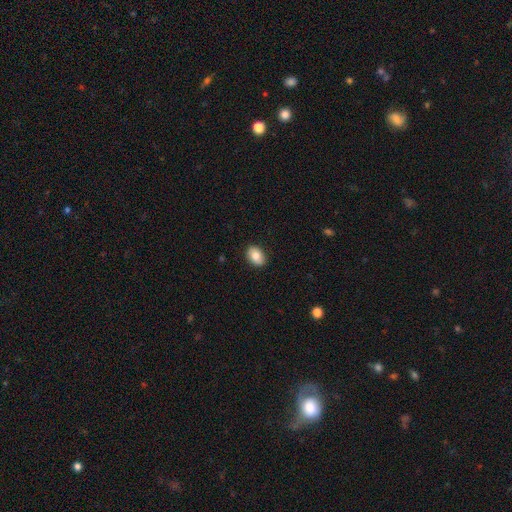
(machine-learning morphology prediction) type=smooth (82%); roundness=in between (79%); merging=none (89%).